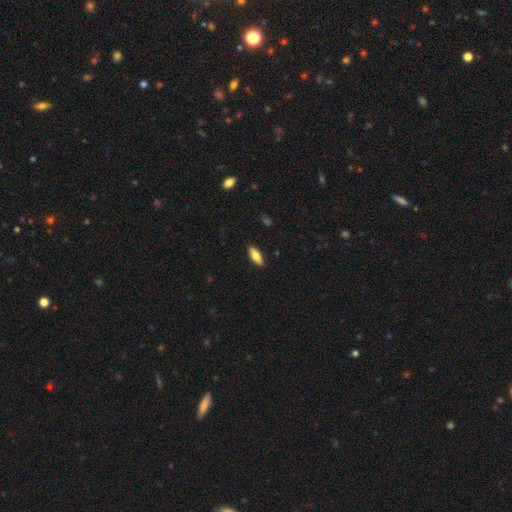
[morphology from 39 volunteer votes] Smooth or featured: smooth — 62% (featured or disk — 28%)
How rounded: in between — 58% (cigar-shaped — 38%)
Merging: none — 89% (minor disturbance — 6%)